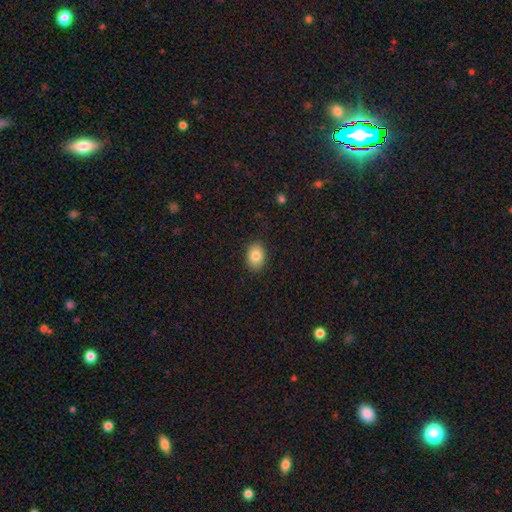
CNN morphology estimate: A smooth galaxy with no disk features (83%) that is in between round and cigar-shaped (70%).

Vote fractions:
- Smooth or featured? smooth: 83% / star or artifact: 8% / featured or disk: 8%
- How rounded? in between: 70% / round: 30% / cigar-shaped: 1%
- Merging? none: 89% / minor disturbance: 8% / major disturbance: 2% / merger: 1%